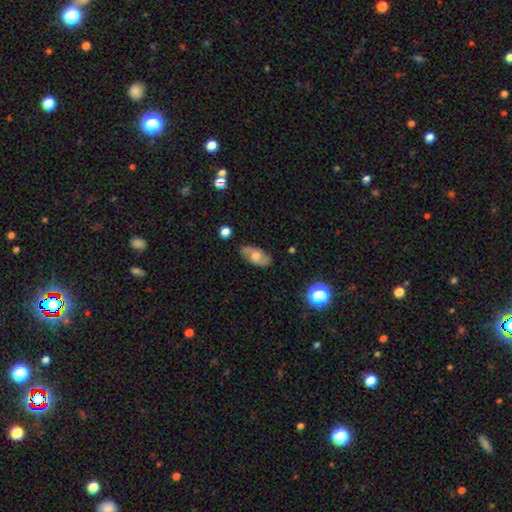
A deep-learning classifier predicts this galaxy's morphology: Smooth or featured? smooth (55%)
How rounded? in between (88%)
Merging? none (75%)